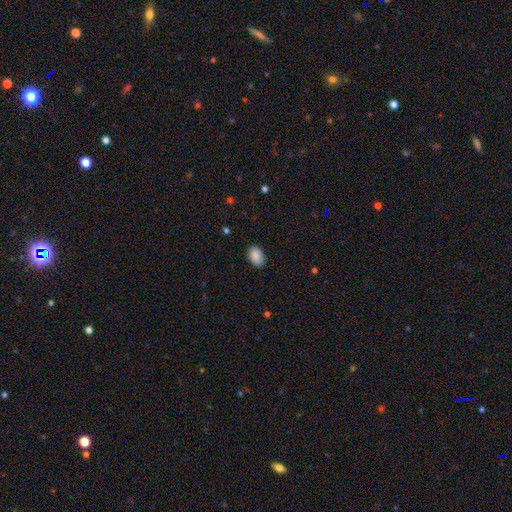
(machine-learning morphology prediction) Q: Smooth or featured?
A: smooth (89%); runner-up: star or artifact (7%)
Q: How rounded?
A: in between (87%); runner-up: round (12%)
Q: Merging?
A: none (85%); runner-up: minor disturbance (12%)